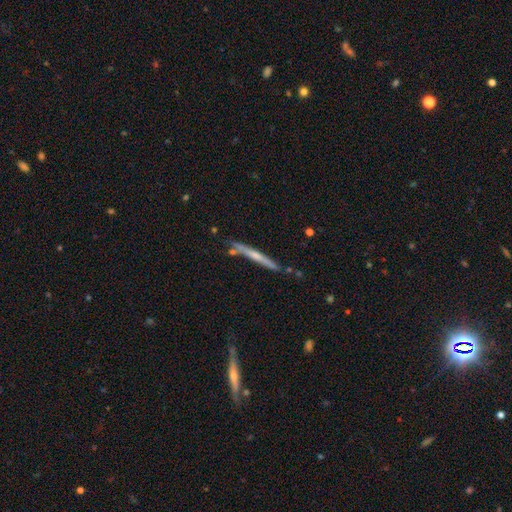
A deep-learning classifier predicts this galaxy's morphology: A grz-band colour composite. It shows a featured or disk galaxy (60%) viewed edge-on (97%) with no central bulge (49%). Merging: none (80%).